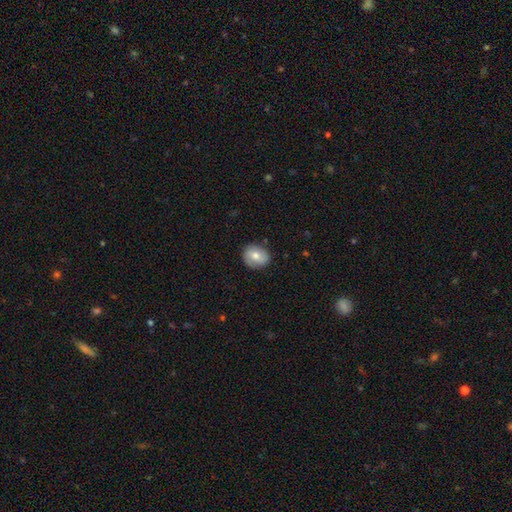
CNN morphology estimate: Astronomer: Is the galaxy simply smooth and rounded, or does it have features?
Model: smooth — 61%.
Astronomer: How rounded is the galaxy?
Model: round — 69%.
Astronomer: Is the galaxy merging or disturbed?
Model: none — 81%.